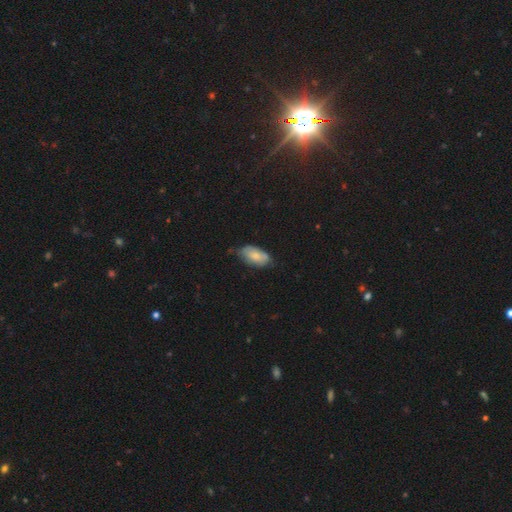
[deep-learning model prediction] Q: Smooth or featured?
A: smooth (73%); runner-up: featured or disk (20%)
Q: How rounded?
A: in between (93%); runner-up: cigar-shaped (4%)
Q: Merging?
A: none (55%); runner-up: minor disturbance (36%)